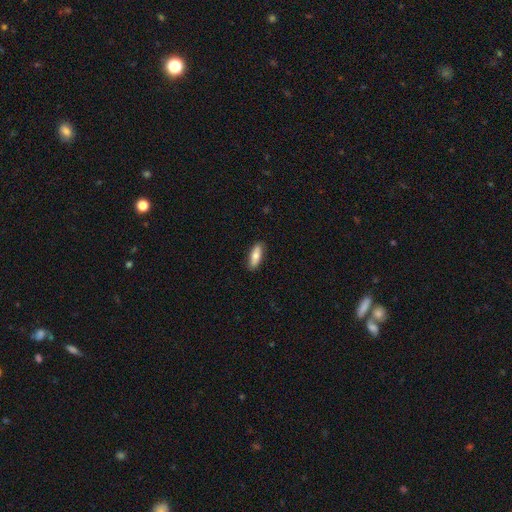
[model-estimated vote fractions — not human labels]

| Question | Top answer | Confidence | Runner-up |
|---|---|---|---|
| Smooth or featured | smooth | 76% | featured or disk (19%) |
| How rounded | in between | 64% | cigar-shaped (34%) |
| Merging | none | 87% | minor disturbance (10%) |